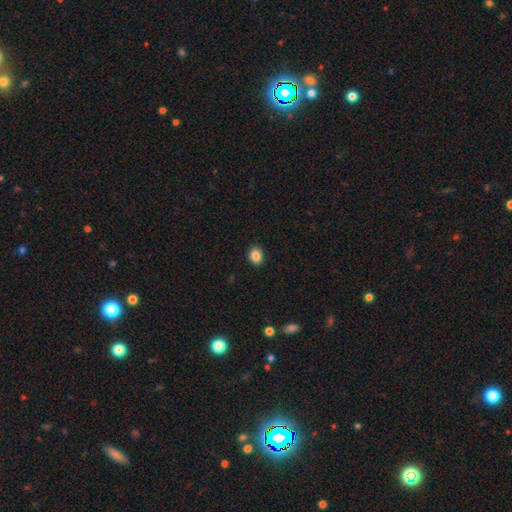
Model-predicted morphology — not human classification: The model was most divided on "how rounded": round: 50%, in between: 49%, cigar-shaped: 1%. More confident: merging — none (91%); smooth or featured — smooth (87%).